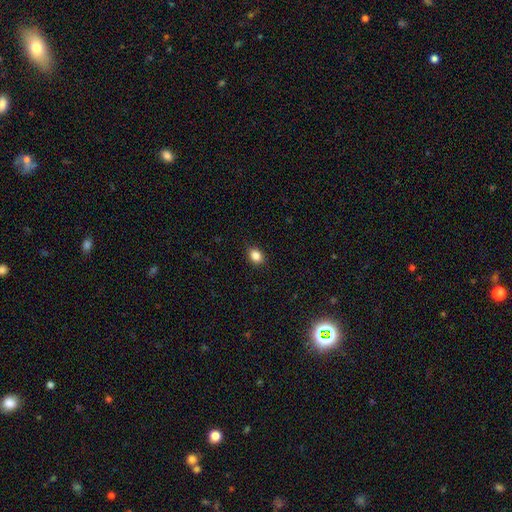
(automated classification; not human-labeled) Smooth or featured: smooth — 86% (star or artifact — 10%)
How rounded: in between — 63% (round — 36%)
Merging: none — 88% (minor disturbance — 9%)